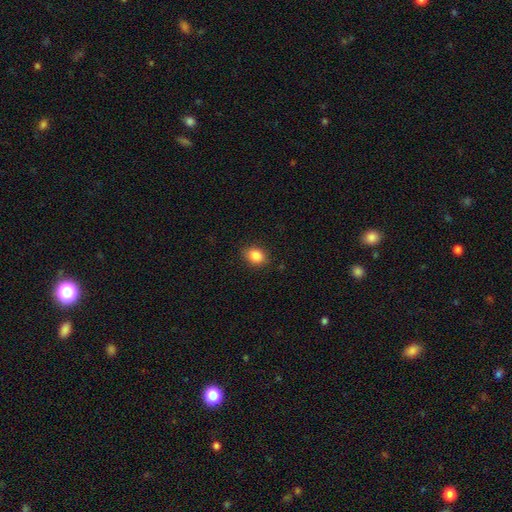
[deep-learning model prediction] This is clearly a smooth galaxy (86%). How rounded: likely in between (64%). Merging: clearly none (86%).